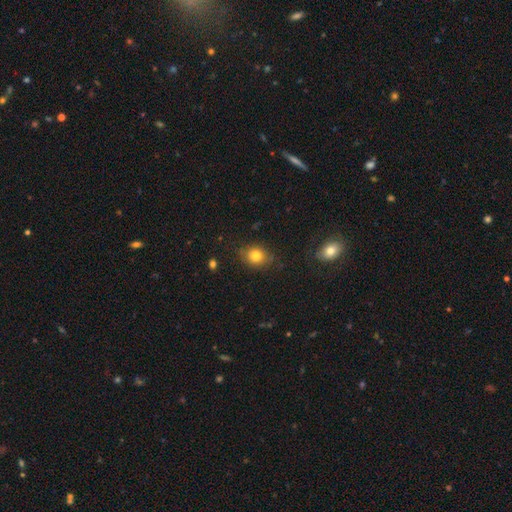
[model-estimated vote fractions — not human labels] A smooth galaxy with no disk features (80%) that is round (60%). Merging: none (80%).